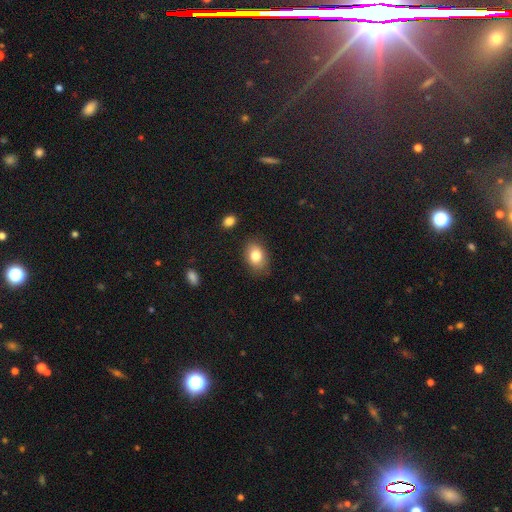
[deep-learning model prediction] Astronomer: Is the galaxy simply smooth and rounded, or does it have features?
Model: smooth — 81%.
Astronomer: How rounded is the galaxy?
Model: in between — 75%.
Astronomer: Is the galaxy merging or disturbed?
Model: none — 81%.